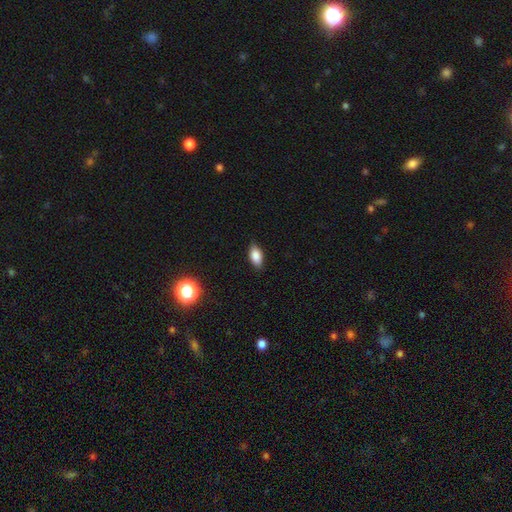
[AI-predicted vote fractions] A smooth galaxy with no disk features (84%) that is in between round and cigar-shaped (89%). Merging: none (85%).